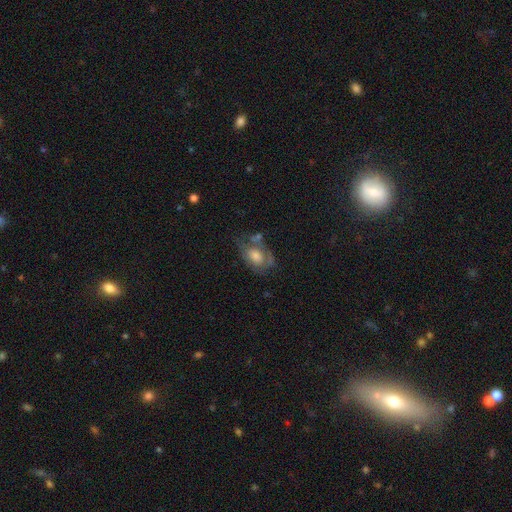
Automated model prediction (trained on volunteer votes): Overall: featured or disk (51%; smooth 39%). Edge-on disk: no (94%). Merging: none (41%; minor disturbance 26%).